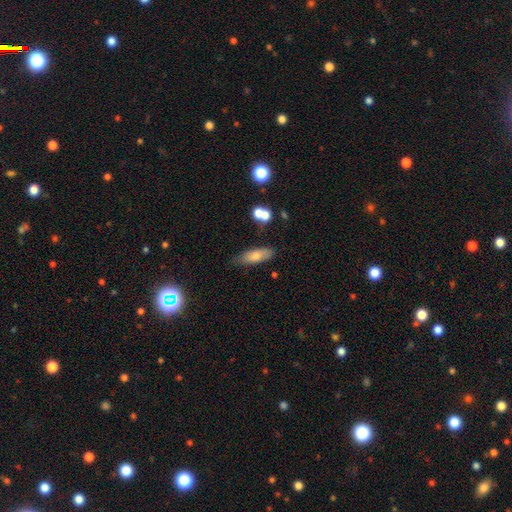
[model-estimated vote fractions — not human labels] A smooth galaxy with no disk features (74%) that is in between round and cigar-shaped (60%). Merging: none (71%).